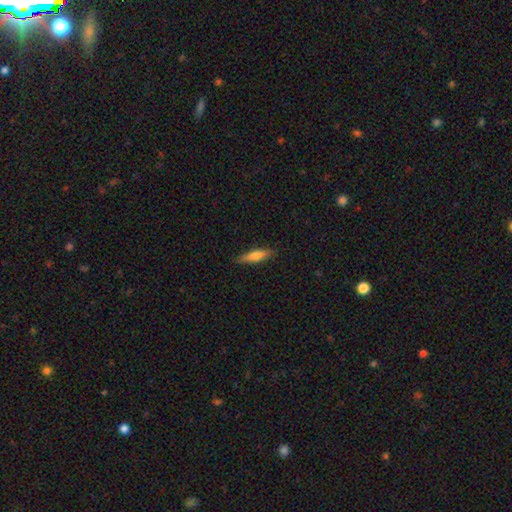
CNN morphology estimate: Smooth or featured: smooth — 66% (featured or disk — 28%)
How rounded: cigar-shaped — 74% (in between — 24%)
Merging: none — 86% (minor disturbance — 11%)